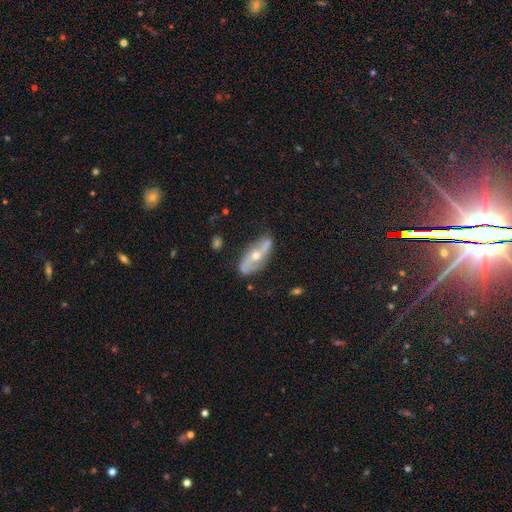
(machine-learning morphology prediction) smooth_or_featured: featured or disk (p=0.76) [alt: smooth p=0.17]
disk_edge_on: no (p=0.80) [alt: yes p=0.20]
bar: no (p=0.52) [alt: weak p=0.24]
has_spiral_arms: yes (p=0.81) [alt: no p=0.19]
bulge_size: moderate (p=0.60) [alt: small p=0.36]
merging: none (p=0.72) [alt: minor disturbance p=0.19]